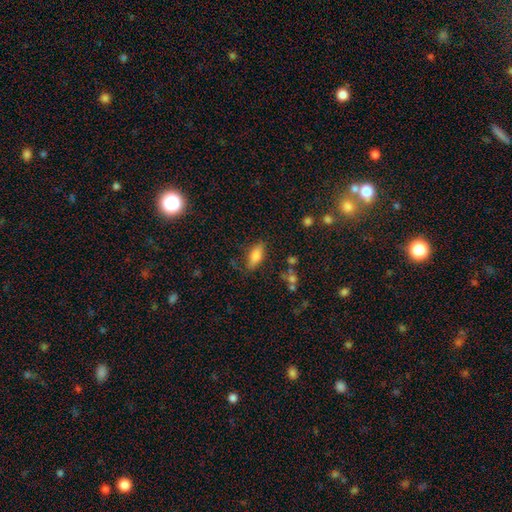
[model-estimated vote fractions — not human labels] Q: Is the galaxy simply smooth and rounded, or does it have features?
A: smooth — 79%.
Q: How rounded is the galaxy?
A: in between — 80%.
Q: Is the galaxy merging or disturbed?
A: none — 76%.